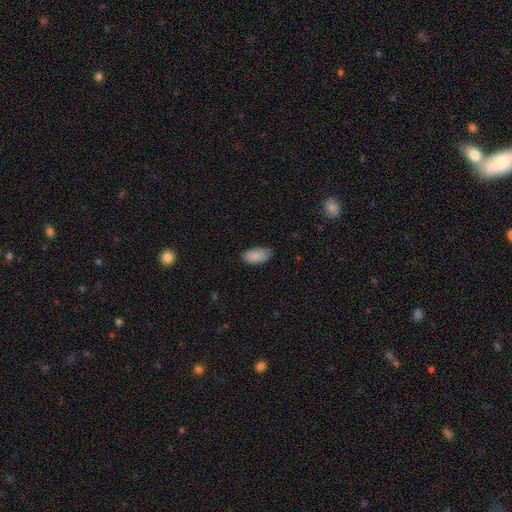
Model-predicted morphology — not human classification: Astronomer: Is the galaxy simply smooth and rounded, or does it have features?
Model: smooth — 88%.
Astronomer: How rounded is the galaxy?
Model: in between — 94%.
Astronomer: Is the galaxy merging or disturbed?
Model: none — 77%.